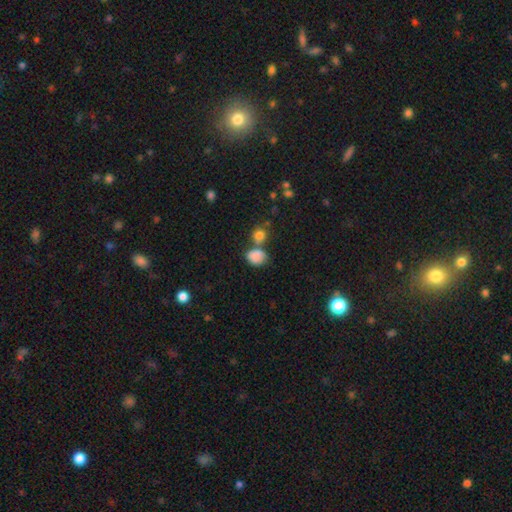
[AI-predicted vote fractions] A smooth galaxy with no disk features (81%) that is in between round and cigar-shaped (55%).

Vote fractions:
- Smooth or featured? smooth: 81% / star or artifact: 11% / featured or disk: 8%
- How rounded? in between: 55% / round: 44% / cigar-shaped: 1%
- Merging? none: 42% / merger: 34% / minor disturbance: 17% / major disturbance: 7%